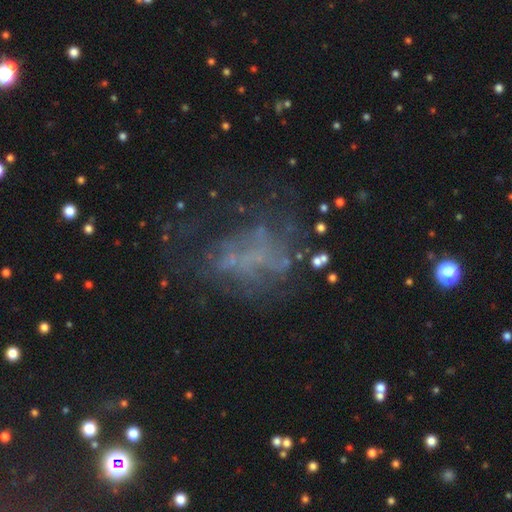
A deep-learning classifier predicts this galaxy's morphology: smooth-or-featured: featured or disk: 51% | star or artifact: 27% | smooth: 22%
  disk-edge-on: no: 97% | yes: 3%
  merging: none: 41% | major disturbance: 38% | minor disturbance: 17% | merger: 5%